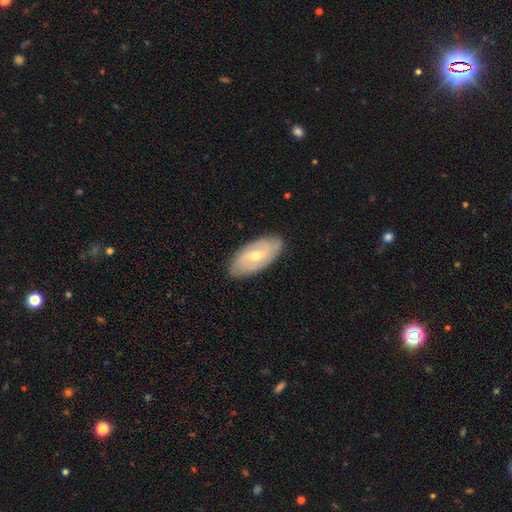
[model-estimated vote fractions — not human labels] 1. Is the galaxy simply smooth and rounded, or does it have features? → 64% featured or disk, 30% smooth, 6% star or artifact.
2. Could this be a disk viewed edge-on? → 90% no, 10% yes.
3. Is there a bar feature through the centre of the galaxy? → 47% weak, 40% no, 13% strong.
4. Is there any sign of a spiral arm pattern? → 81% yes, 19% no.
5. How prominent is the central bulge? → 49% small, 48% moderate, 1% large, 1% none, 1% dominant.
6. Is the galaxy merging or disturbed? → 86% none, 11% minor disturbance, 2% major disturbance, 1% merger.